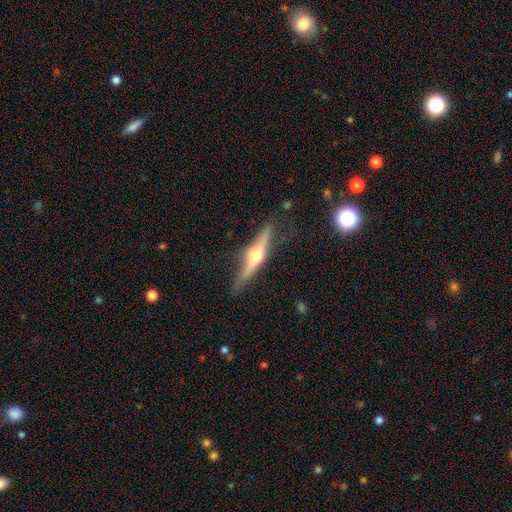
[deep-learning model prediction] Smooth or featured? featured or disk (75%)
Edge-on disk? yes (96%)
Edge-on bulge? rounded (93%)
Merging? none (76%)